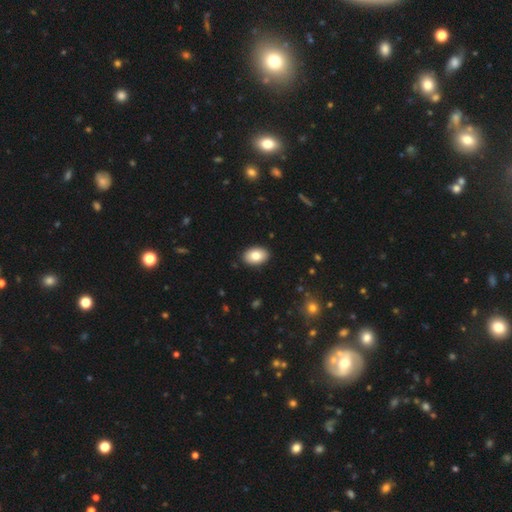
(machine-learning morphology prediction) type=smooth (82%); roundness=in between (89%); merging=none (90%).